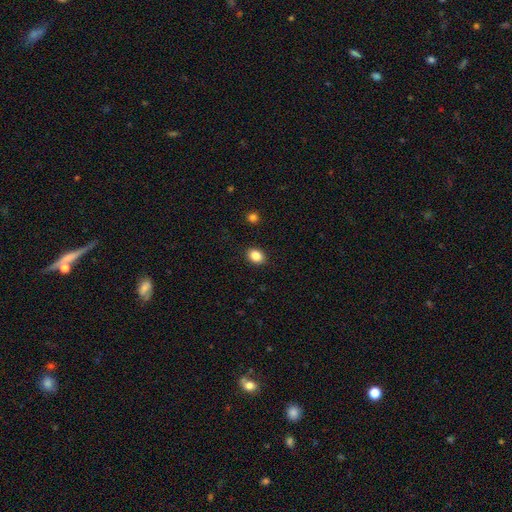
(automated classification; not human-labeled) A smooth galaxy with no disk features (86%) that is in between round and cigar-shaped (61%). Merging: none (90%).